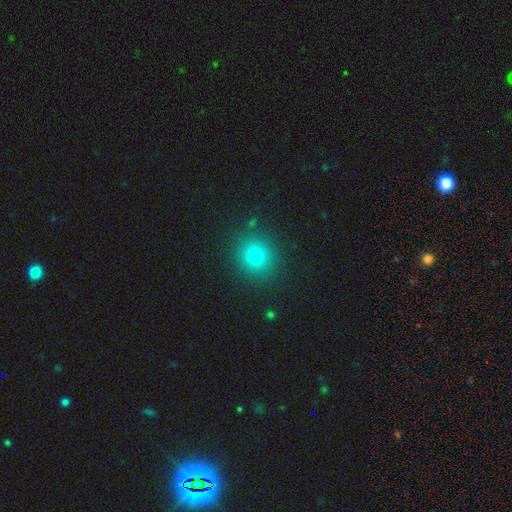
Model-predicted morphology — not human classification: Smooth or featured: smooth — 76% (star or artifact — 15%)
How rounded: round — 85% (in between — 14%)
Merging: none — 87% (minor disturbance — 8%)